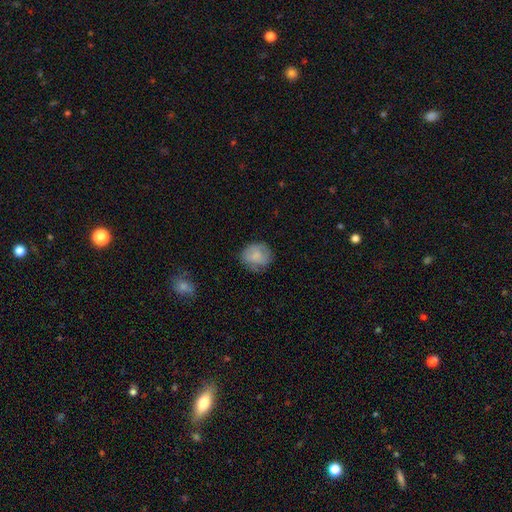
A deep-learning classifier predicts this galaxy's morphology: This appears to be a smooth galaxy with no disk features (74%) that is round (73%). Merging: none (67%).